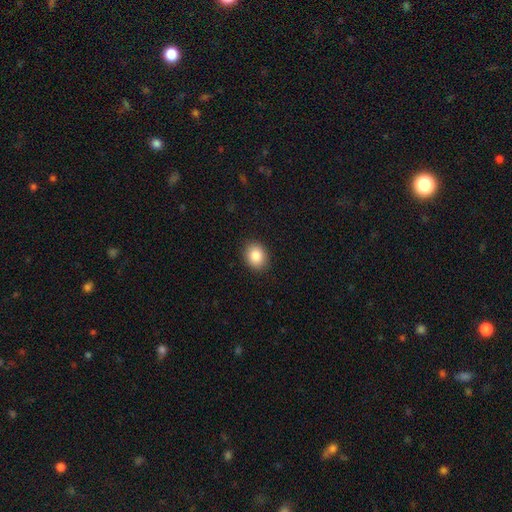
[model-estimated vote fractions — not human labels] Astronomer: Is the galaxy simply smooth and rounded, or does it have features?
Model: smooth — 86%.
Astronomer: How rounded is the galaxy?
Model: round — 53% (runner-up: in between, 46%).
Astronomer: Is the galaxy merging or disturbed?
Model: none — 90%.